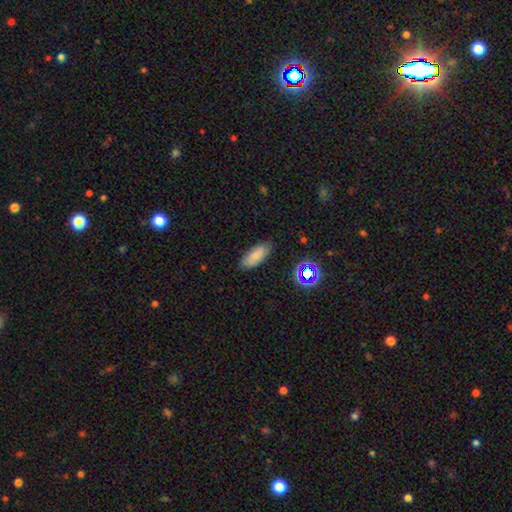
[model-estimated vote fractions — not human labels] A smooth galaxy with no disk features (82%) that is in between round and cigar-shaped (79%). Merging: none (84%).